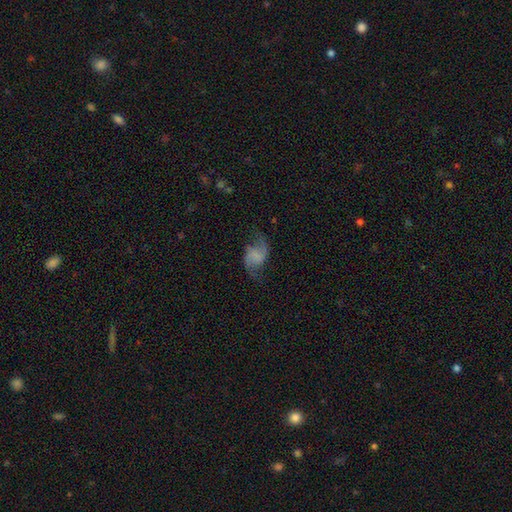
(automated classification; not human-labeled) smooth-or-featured: featured or disk: 78% | smooth: 14% | star or artifact: 8%
  disk-edge-on: no: 98% | yes: 2%
    bar: no: 47% | weak: 39% | strong: 14%
    has-spiral-arms: yes: 95% | no: 5%
      spiral-winding: loose: 72% | medium: 23% | tight: 5%
      spiral-arm-count: 2: 93% | can't tell: 2% | 1: 2% | 3: 1% | 4: 1% | more than 4: 1%
    bulge-size: none: 64% | small: 17% | moderate: 10% | large: 7% | dominant: 3%
  merging: none: 71% | minor disturbance: 16% | major disturbance: 11% | merger: 2%